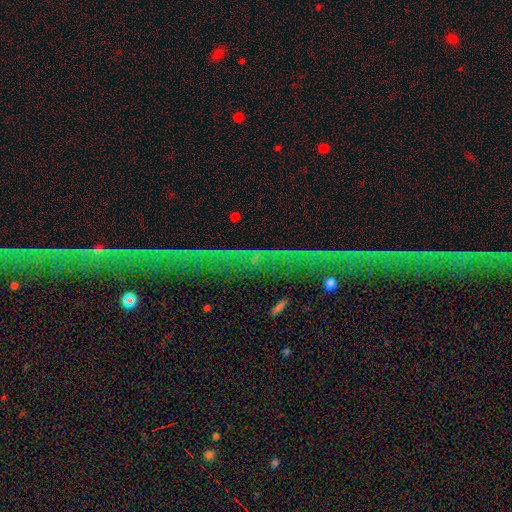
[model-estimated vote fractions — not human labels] Smooth or featured?
  - star or artifact: 82% *
  - featured or disk: 11%
  - smooth: 7%